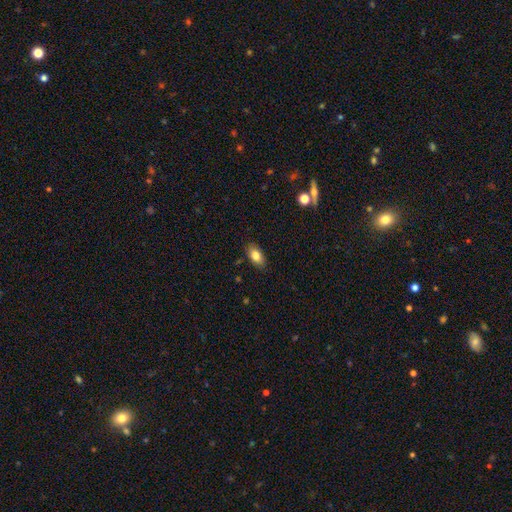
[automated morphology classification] This appears to be a smooth galaxy with no disk features (81%) that is in between round and cigar-shaped (90%). Merging: none (86%).